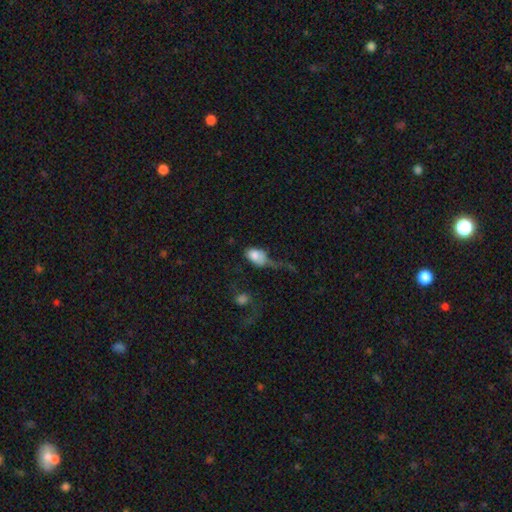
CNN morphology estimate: This is likely a smooth galaxy (74%). How rounded: clearly in between (83%). Merging: possibly major disturbance (46%).